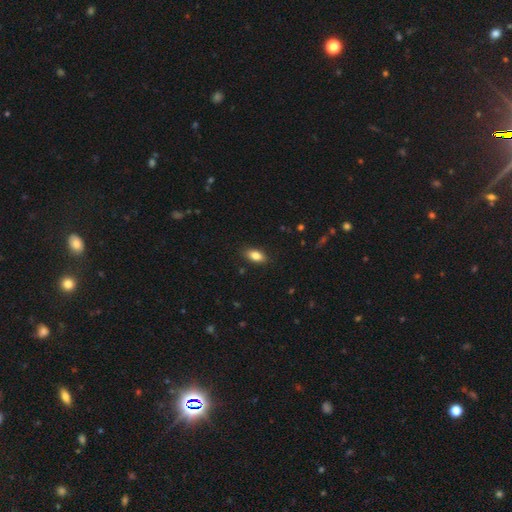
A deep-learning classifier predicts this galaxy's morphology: A smooth galaxy with no disk features (84%) that is in between round and cigar-shaped (88%).

Vote fractions:
- Smooth or featured? smooth: 84% / featured or disk: 8% / star or artifact: 8%
- How rounded? in between: 88% / cigar-shaped: 7% / round: 5%
- Merging? none: 88% / minor disturbance: 9% / major disturbance: 2% / merger: 1%